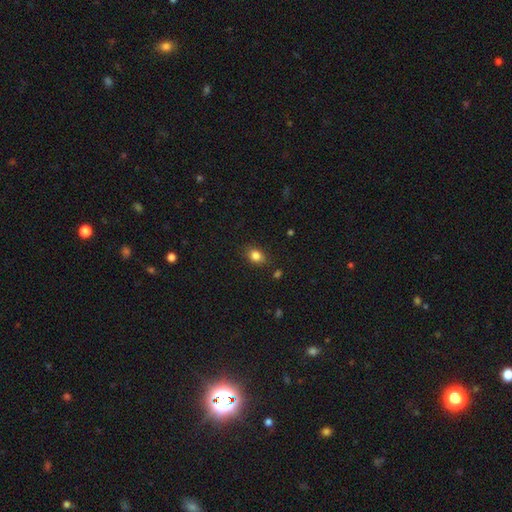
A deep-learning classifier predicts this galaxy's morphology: Smooth or featured? Predicted: smooth (p=0.83). How rounded? Predicted: in between (p=0.58). Merging? Predicted: none (p=0.81).